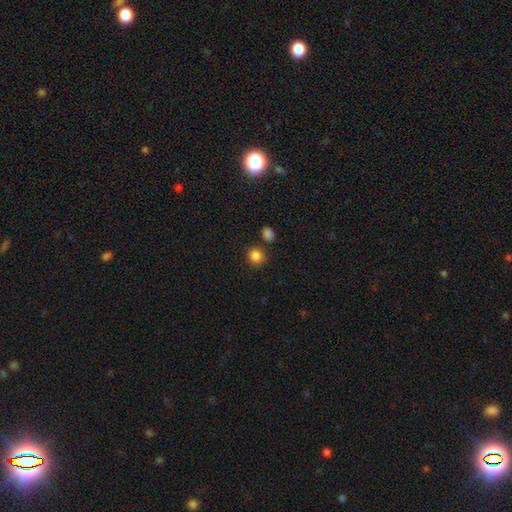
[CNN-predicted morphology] Smooth or featured? Predicted: smooth (p=0.85). How rounded? Predicted: round (p=0.90). Merging? Predicted: none (p=0.82).